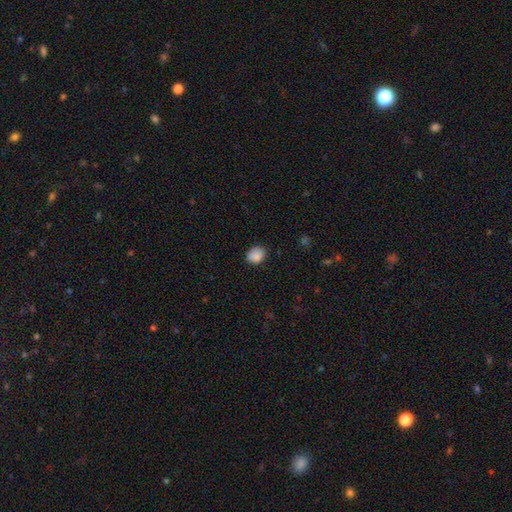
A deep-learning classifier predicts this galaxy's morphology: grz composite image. It shows a smooth galaxy with no disk features (88%) that is in between round and cigar-shaped (53%). Merging: none (81%).